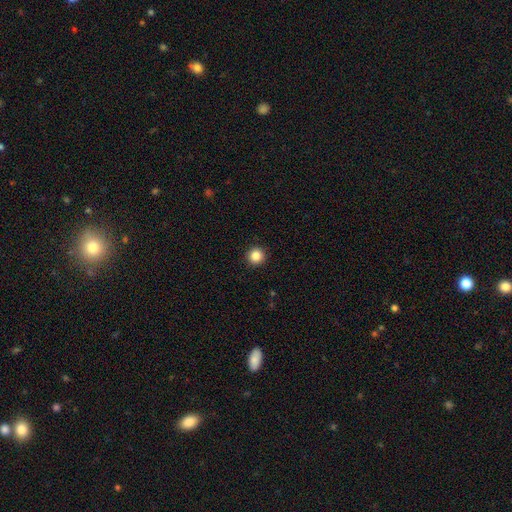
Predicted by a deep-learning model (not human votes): Smooth or featured?
  - smooth: 86% *
  - star or artifact: 11%
  - featured or disk: 3%
How rounded?
  - round: 95% *
  - in between: 4%
  - cigar-shaped: 1%
Merging?
  - none: 93% *
  - minor disturbance: 5%
  - major disturbance: 2%
  - merger: 1%